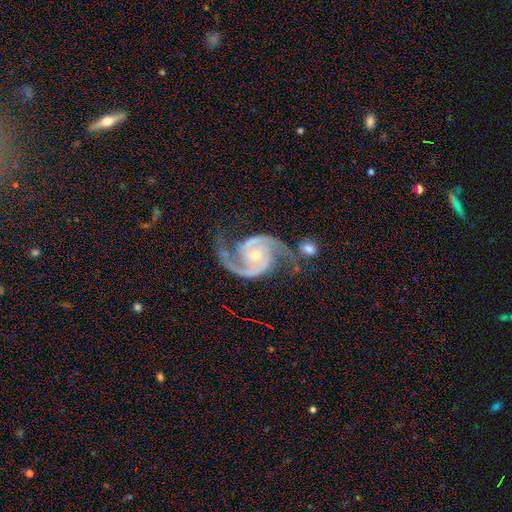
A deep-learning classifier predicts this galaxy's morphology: type=featured or disk (94%); edge-on=no (98%); bar=no (62%); spiral arms=yes (99%); winding=medium (62%); arm count=2 (93%); bulge=small (61%); merging=none (66%).